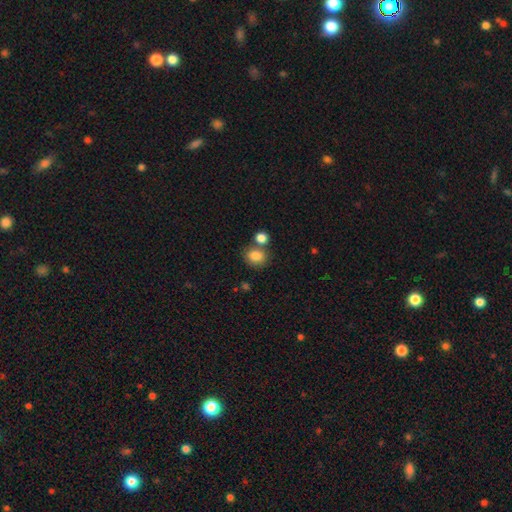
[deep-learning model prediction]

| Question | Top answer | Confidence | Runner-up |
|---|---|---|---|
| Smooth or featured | smooth | 83% | star or artifact (10%) |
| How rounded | round | 60% | in between (39%) |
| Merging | none | 60% | merger (25%) |